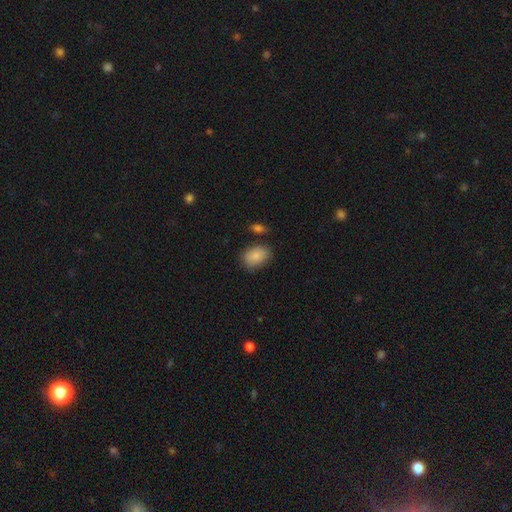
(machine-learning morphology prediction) Smooth or featured: smooth — 86% (star or artifact — 7%)
How rounded: in between — 81% (round — 18%)
Merging: none — 74% (minor disturbance — 18%)